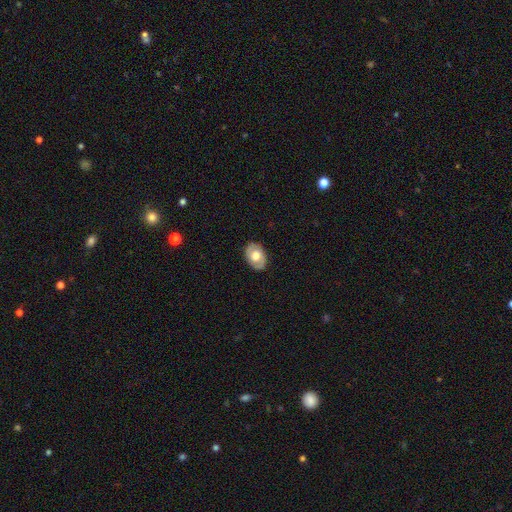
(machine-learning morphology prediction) The model was most divided on "smooth or featured": smooth: 50%, featured or disk: 44%, star or artifact: 7%. More confident: merging — none (85%).